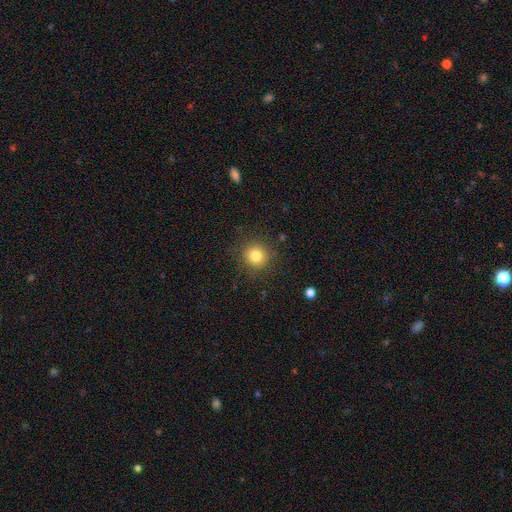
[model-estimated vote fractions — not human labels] A smooth galaxy with no disk features (81%) that is round (93%). Merging: none (89%).